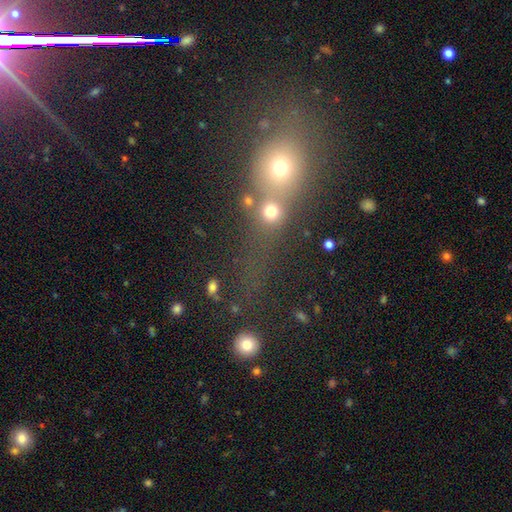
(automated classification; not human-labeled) smooth_or_featured: smooth (p=0.44) [alt: star or artifact p=0.40]
merging: merger (p=0.45) [alt: none p=0.39]